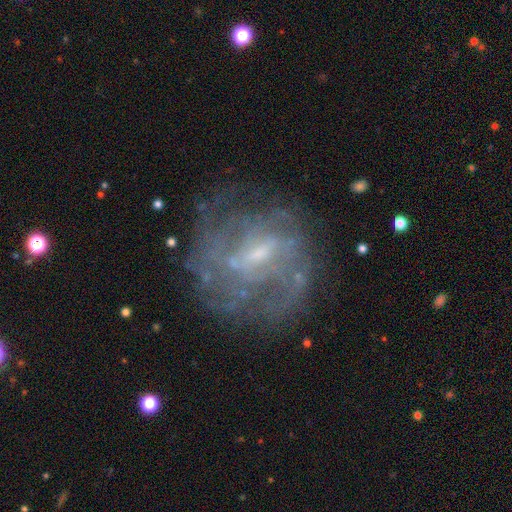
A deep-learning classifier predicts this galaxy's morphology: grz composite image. It shows a featured or disk galaxy (79%) with a weak bar (57%), tight (48%) spiral arms (78%) and a small central bulge (59%). Merging: none (69%).